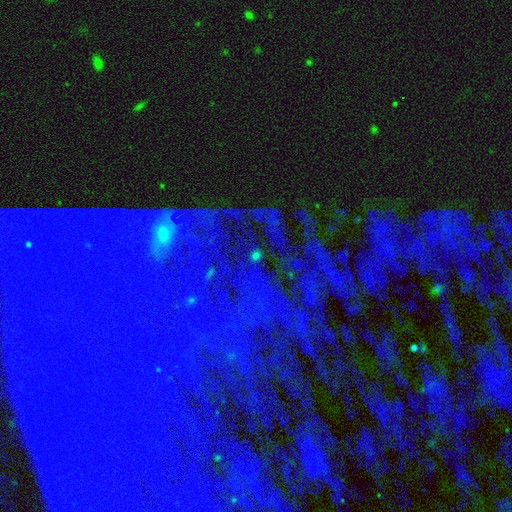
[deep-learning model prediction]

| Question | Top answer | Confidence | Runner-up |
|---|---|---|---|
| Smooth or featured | star or artifact | 77% | smooth (14%) |